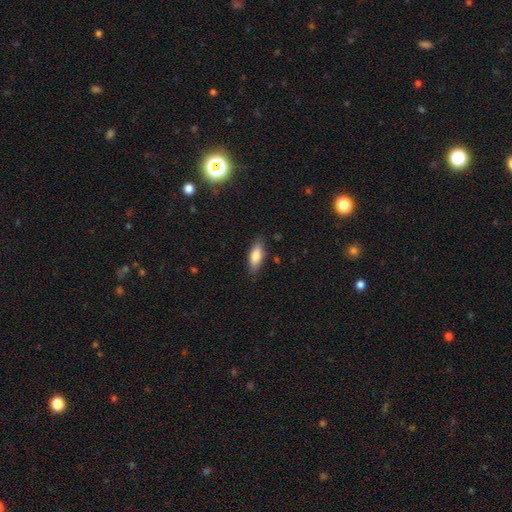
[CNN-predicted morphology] Smooth or featured?
  - smooth: 75% *
  - featured or disk: 18%
  - star or artifact: 7%
How rounded?
  - in between: 68% *
  - cigar-shaped: 30%
  - round: 2%
Merging?
  - none: 81% *
  - minor disturbance: 15%
  - major disturbance: 3%
  - merger: 2%